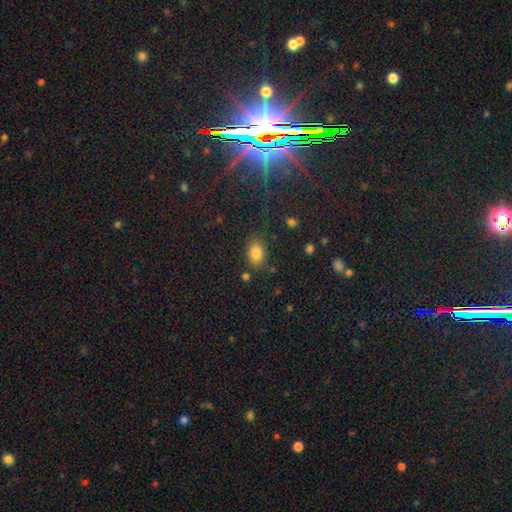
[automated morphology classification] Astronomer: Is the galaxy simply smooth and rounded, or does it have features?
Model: smooth — 50% (runner-up: star or artifact, 41%).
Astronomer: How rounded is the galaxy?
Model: in between — 76%.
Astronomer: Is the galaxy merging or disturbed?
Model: none — 83%.